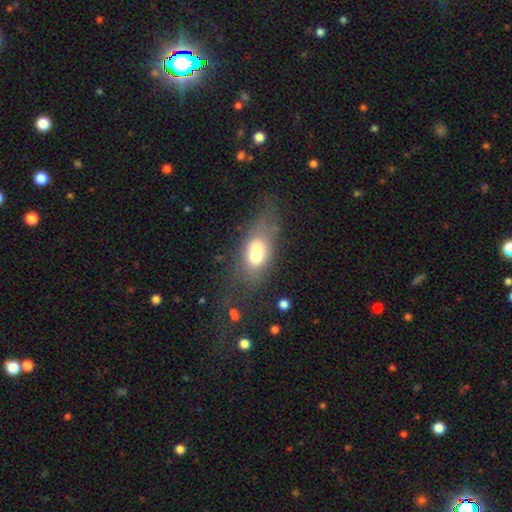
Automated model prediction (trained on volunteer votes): Smooth or featured: smooth — 60% (featured or disk — 29%)
How rounded: in between — 77% (round — 15%)
Merging: merger — 37% (none — 33%)